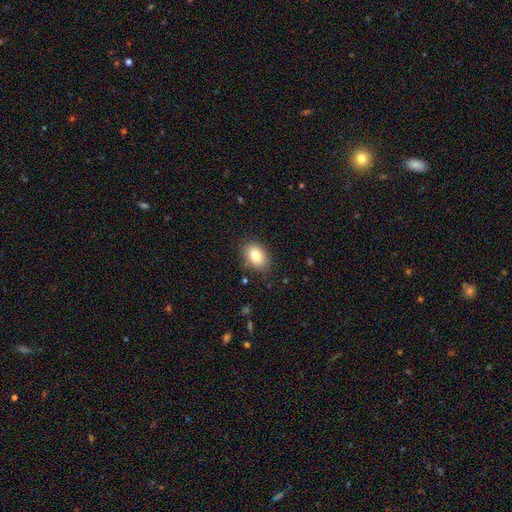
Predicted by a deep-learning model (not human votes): This is clearly a smooth galaxy (80%). How rounded: likely in between (74%). Merging: clearly none (86%).